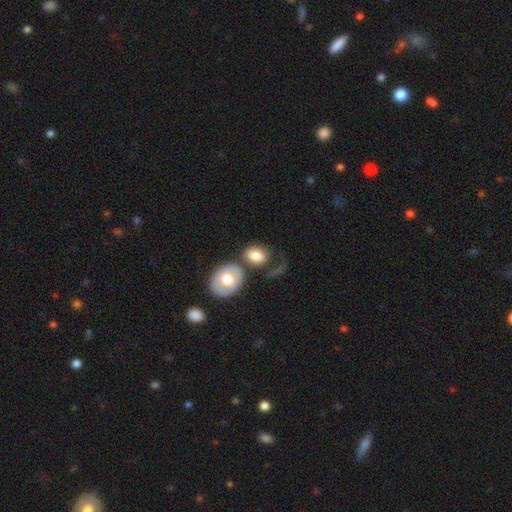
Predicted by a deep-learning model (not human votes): Overall: smooth (77%). How rounded: in between (76%). Merging: none (45%; merger 22%).